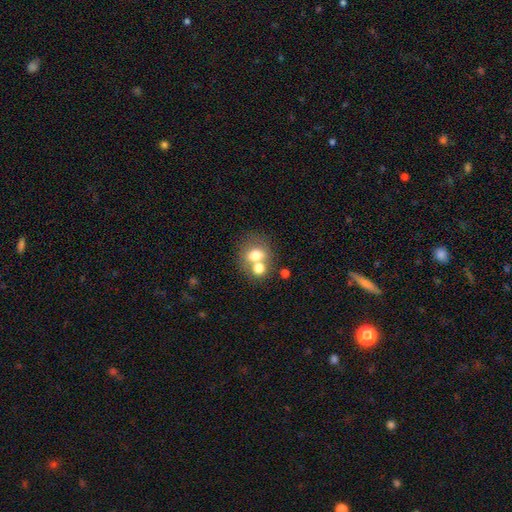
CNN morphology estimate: Smooth or featured?
  - smooth: 70% *
  - featured or disk: 18%
  - star or artifact: 13%
How rounded?
  - round: 68% *
  - in between: 31%
  - cigar-shaped: 1%
Merging?
  - none: 50% *
  - merger: 36%
  - minor disturbance: 9%
  - major disturbance: 4%